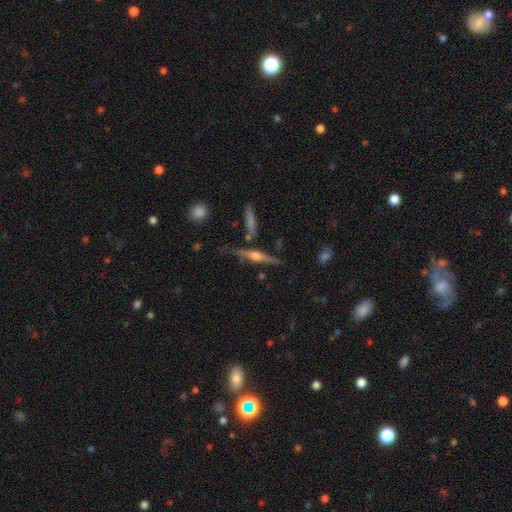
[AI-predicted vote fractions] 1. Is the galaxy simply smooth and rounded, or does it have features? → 75% featured or disk, 18% smooth, 7% star or artifact.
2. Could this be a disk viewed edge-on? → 97% yes, 3% no.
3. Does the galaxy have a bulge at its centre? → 89% rounded, 8% boxy, 4% none.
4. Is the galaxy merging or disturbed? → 74% none, 15% minor disturbance, 7% merger, 4% major disturbance.